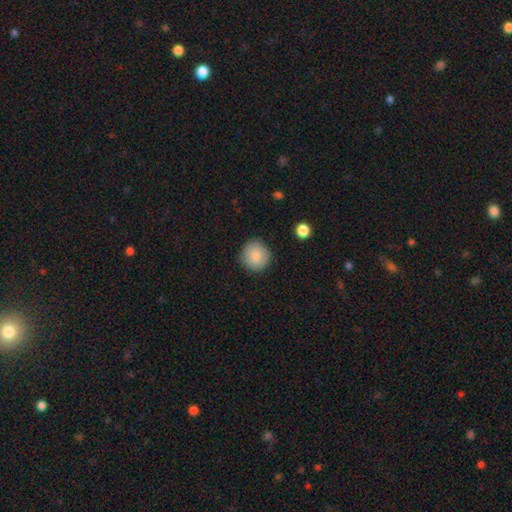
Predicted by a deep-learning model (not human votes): smooth-or-featured: smooth: 83% | featured or disk: 9% | star or artifact: 8%
  how-rounded: round: 94% | in between: 6% | cigar-shaped: 1%
  merging: none: 87% | minor disturbance: 9% | major disturbance: 2% | merger: 1%